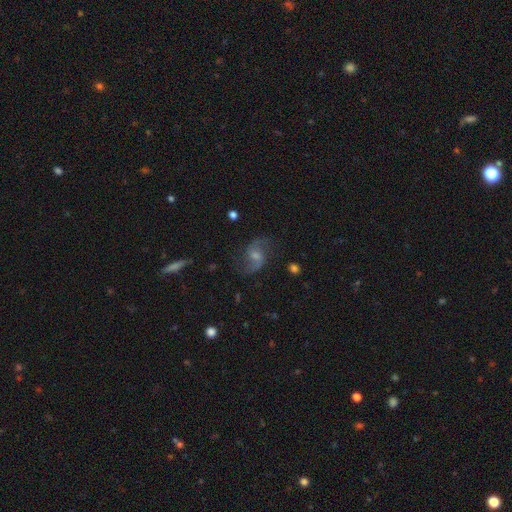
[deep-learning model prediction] Morphology: type=featured or disk (78%); edge-on=no (97%); bar=weak (48%); spiral arms=yes (94%); winding=loose (65%); arm count=2 (92%); bulge=moderate (44%); merging=none (73%).